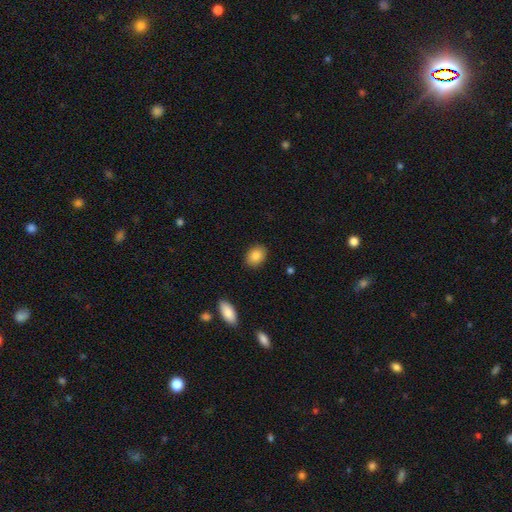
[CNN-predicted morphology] A smooth galaxy with no disk features (85%) that is in between round and cigar-shaped (65%).

Vote fractions:
- Smooth or featured? smooth: 85% / star or artifact: 8% / featured or disk: 7%
- How rounded? in between: 65% / round: 34% / cigar-shaped: 1%
- Merging? none: 88% / minor disturbance: 8% / major disturbance: 2% / merger: 1%